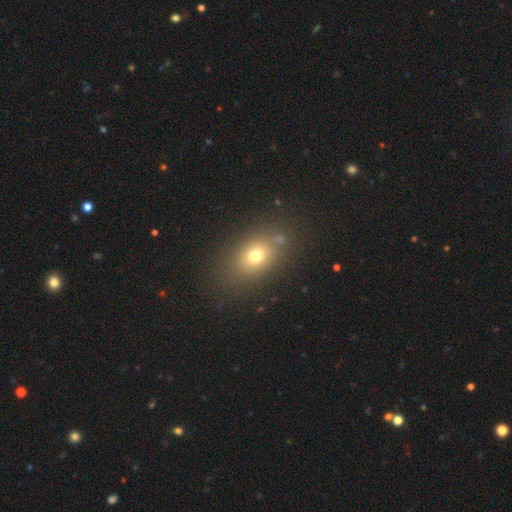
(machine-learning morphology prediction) Overall: smooth (70%). How rounded: in between (68%; round 30%). Merging: none (77%).